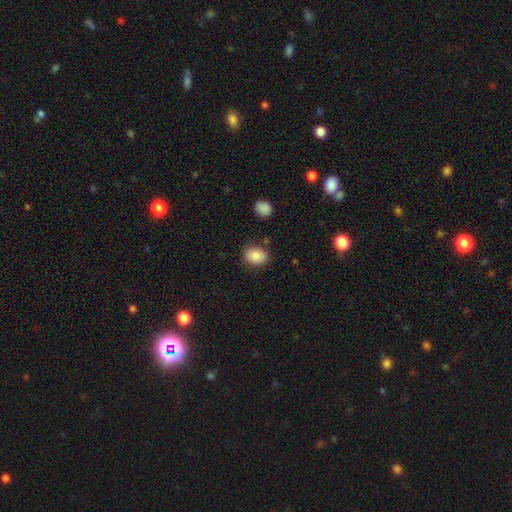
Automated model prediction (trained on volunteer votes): Morphology: type=smooth (86%); roundness=in between (68%); merging=none (82%).